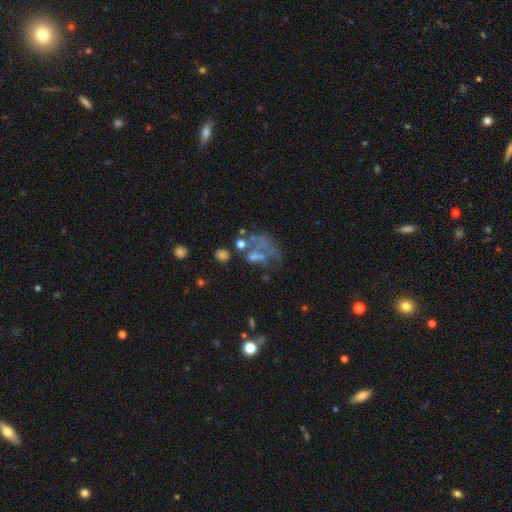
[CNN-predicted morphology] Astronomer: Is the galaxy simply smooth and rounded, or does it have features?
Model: featured or disk — 46% (runner-up: star or artifact, 27%).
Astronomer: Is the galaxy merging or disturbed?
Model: major disturbance — 35% (runner-up: none, 31%).